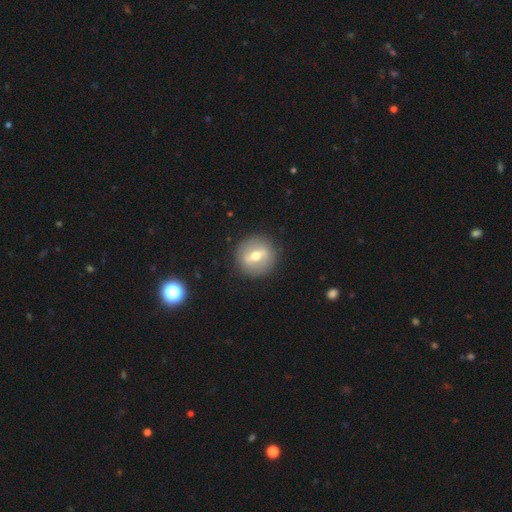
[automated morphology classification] A featured or disk galaxy (52%). Merging: none (88%).